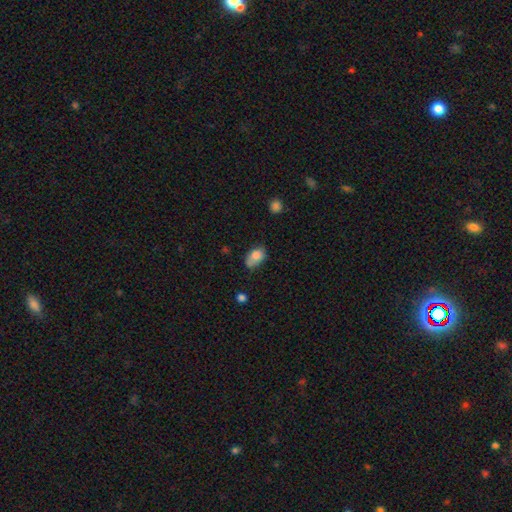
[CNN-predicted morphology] type=smooth (82%); roundness=in between (85%); merging=none (48%).